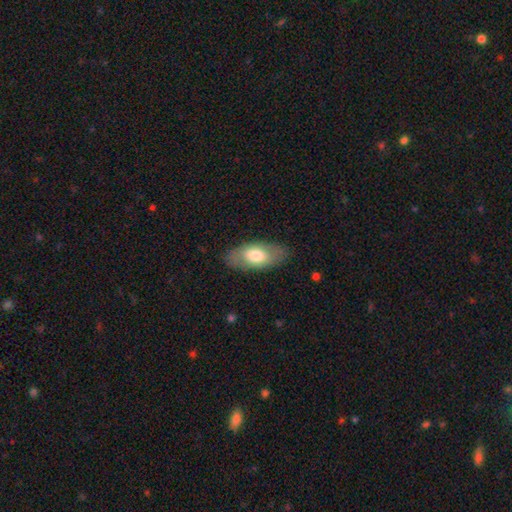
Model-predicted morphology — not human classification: smooth-or-featured: smooth: 67% | featured or disk: 27% | star or artifact: 6%
  how-rounded: in between: 90% | cigar-shaped: 6% | round: 3%
  merging: none: 83% | minor disturbance: 12% | major disturbance: 4% | merger: 1%